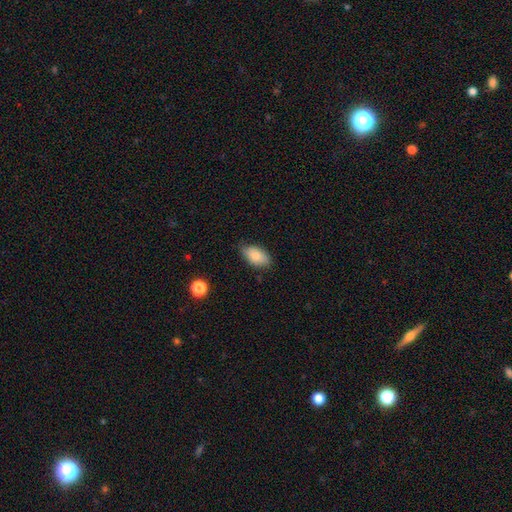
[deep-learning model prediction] A smooth galaxy with no disk features (81%) that is in between round and cigar-shaped (92%).

Vote fractions:
- Smooth or featured? smooth: 81% / featured or disk: 12% / star or artifact: 7%
- How rounded? in between: 92% / round: 5% / cigar-shaped: 2%
- Merging? none: 73% / minor disturbance: 22% / major disturbance: 3% / merger: 1%